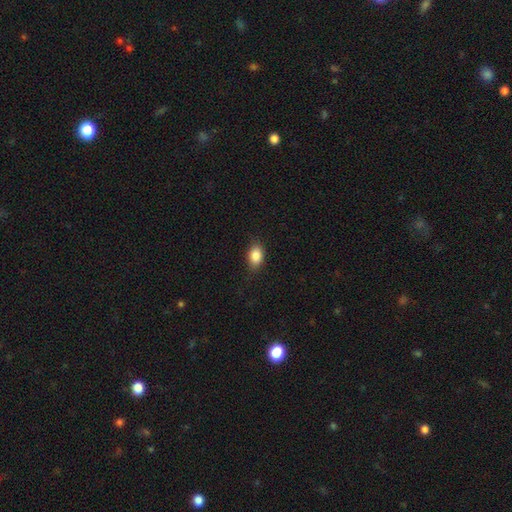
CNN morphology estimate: A smooth galaxy with no disk features (85%) that is in between round and cigar-shaped (80%). Merging: none (81%).